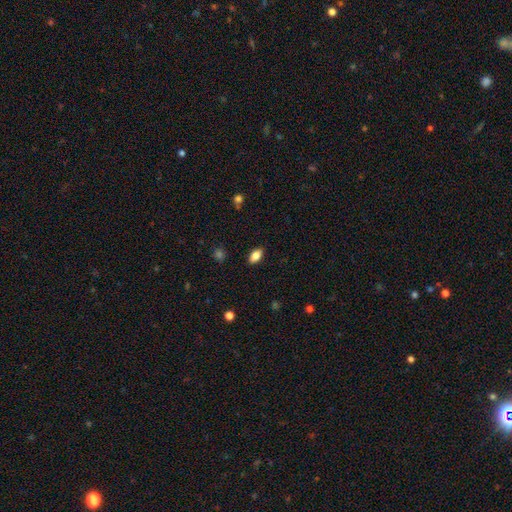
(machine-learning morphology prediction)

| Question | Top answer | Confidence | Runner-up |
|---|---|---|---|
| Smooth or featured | smooth | 82% | featured or disk (9%) |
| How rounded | in between | 91% | cigar-shaped (5%) |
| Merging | none | 88% | minor disturbance (9%) |